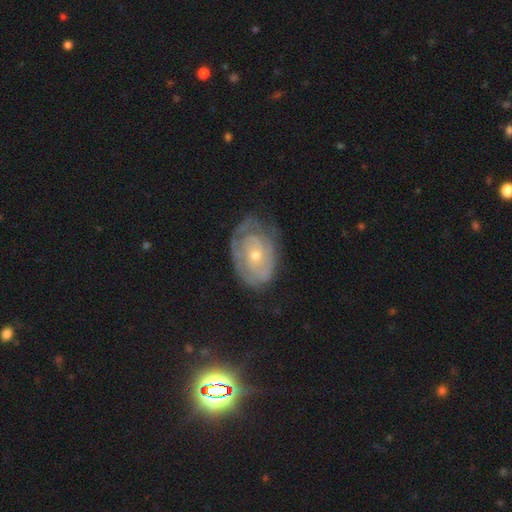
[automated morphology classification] Smooth or featured: featured or disk — 80% (smooth — 14%)
Edge-on disk: no — 96% (yes — 4%)
Bar: no — 77% (weak — 19%)
Spiral arms: yes — 86% (no — 14%)
Spiral winding: tight — 74% (medium — 20%)
Spiral arm count: can't tell — 46% (2 — 27%)
Bulge size: small — 60% (moderate — 37%)
Merging: none — 62% (minor disturbance — 25%)